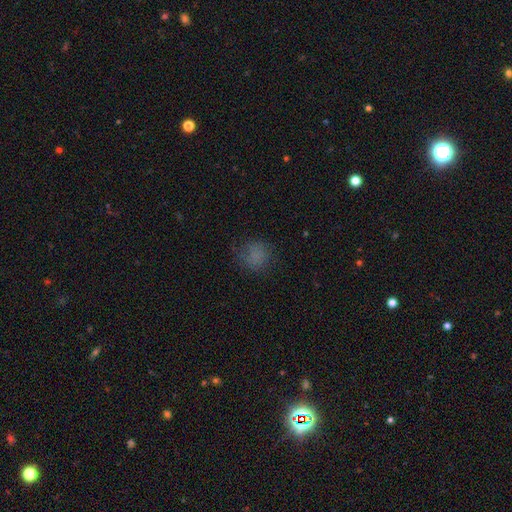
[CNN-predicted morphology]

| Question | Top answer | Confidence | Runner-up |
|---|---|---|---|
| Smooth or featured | smooth | 75% | star or artifact (17%) |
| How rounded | round | 86% | in between (13%) |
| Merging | none | 74% | minor disturbance (17%) |